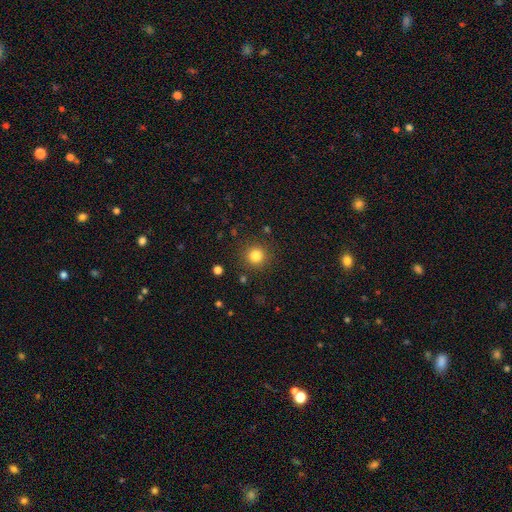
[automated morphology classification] Smooth or featured: smooth — 82% (star or artifact — 12%)
How rounded: round — 94% (in between — 5%)
Merging: none — 88% (minor disturbance — 7%)